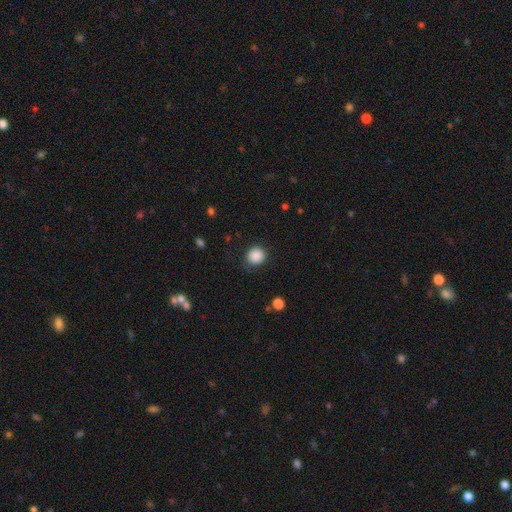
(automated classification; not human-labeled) smooth_or_featured: smooth (p=0.88) [alt: star or artifact p=0.09]
how_rounded: round (p=0.86) [alt: in between p=0.13]
merging: none (p=0.80) [alt: minor disturbance p=0.13]